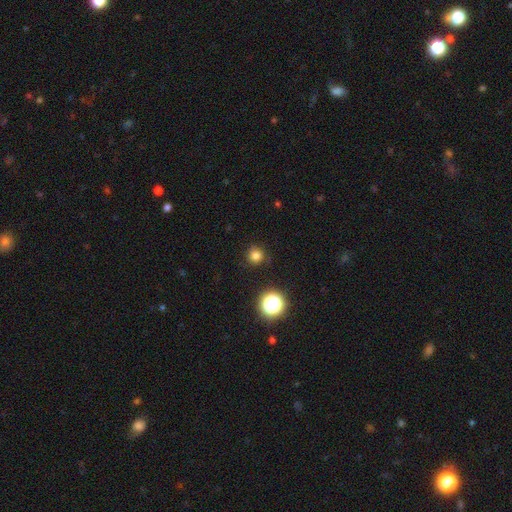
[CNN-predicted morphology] Smooth or featured? smooth (79%)
How rounded? round (95%)
Merging? none (89%)